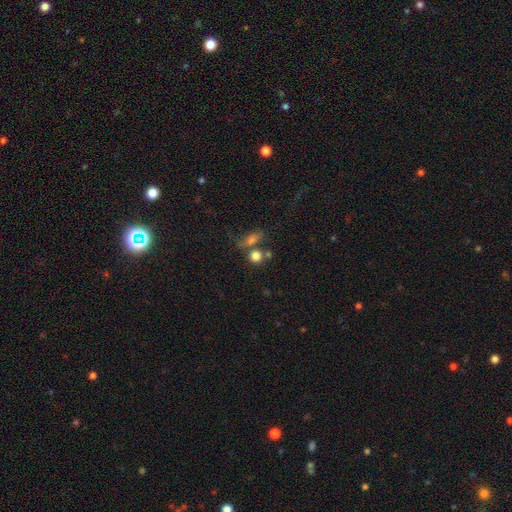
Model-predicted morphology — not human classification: A smooth galaxy with no disk features (79%) that is round (80%).

Vote fractions:
- Smooth or featured? smooth: 79% / star or artifact: 13% / featured or disk: 9%
- How rounded? round: 80% / in between: 18% / cigar-shaped: 2%
- Merging? none: 55% / merger: 29% / minor disturbance: 11% / major disturbance: 6%